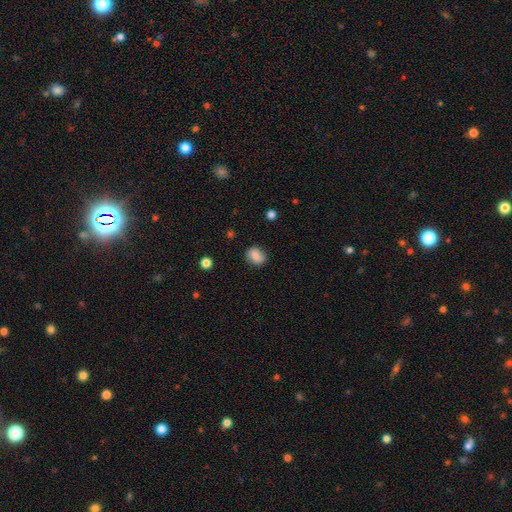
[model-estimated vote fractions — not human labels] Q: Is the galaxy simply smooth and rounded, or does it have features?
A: smooth — 69%.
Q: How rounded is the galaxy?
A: round — 52%.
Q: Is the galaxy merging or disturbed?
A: none — 75%.